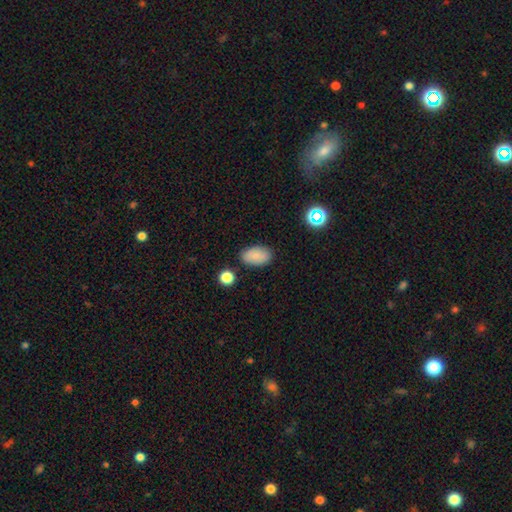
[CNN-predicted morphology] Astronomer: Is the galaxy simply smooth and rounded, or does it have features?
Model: smooth — 84%.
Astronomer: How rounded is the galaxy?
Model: in between — 92%.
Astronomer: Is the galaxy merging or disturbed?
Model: none — 84%.